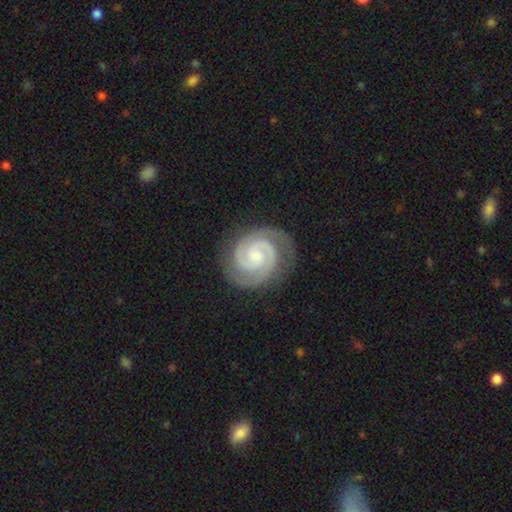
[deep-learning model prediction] Smooth or featured: featured or disk — 92% (star or artifact — 4%)
Edge-on disk: no — 98% (yes — 2%)
Bar: no — 56% (weak — 35%)
Spiral arms: yes — 99% (no — 1%)
Spiral winding: tight — 72% (medium — 26%)
Spiral arm count: 2 — 91% (3 — 4%)
Bulge size: small — 49% (moderate — 36%)
Merging: none — 83% (minor disturbance — 12%)